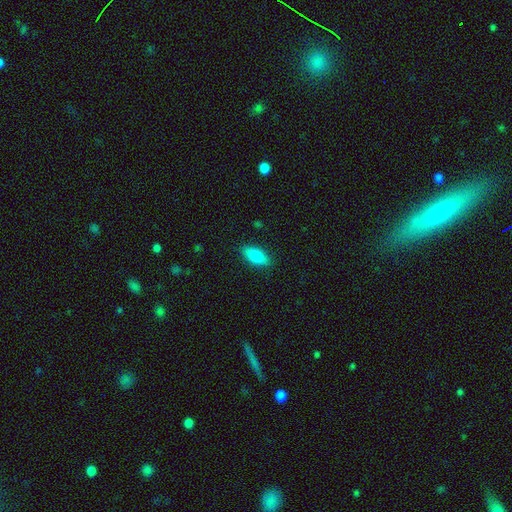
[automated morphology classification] This is clearly a smooth galaxy (80%). How rounded: likely in between (77%). Merging: clearly none (87%).